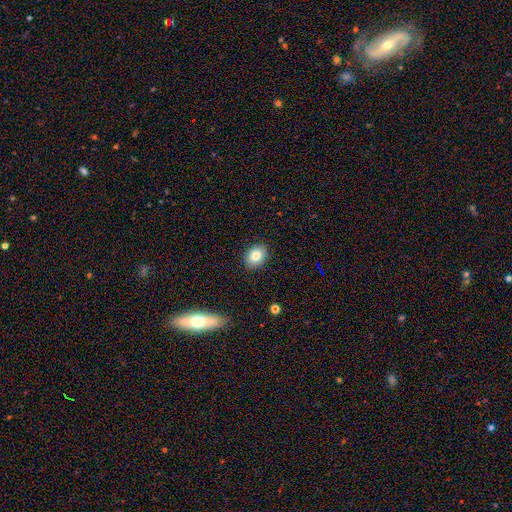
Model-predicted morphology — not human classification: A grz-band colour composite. It shows a smooth galaxy with no disk features (83%) that is in between round and cigar-shaped (66%). Merging: none (89%).